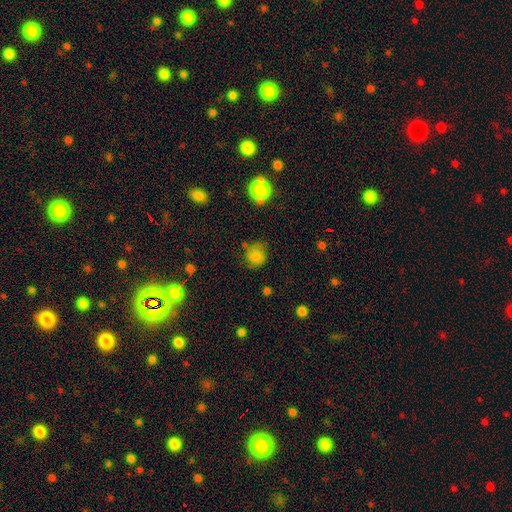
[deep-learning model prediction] Smooth or featured? smooth (77%)
How rounded? round (80%)
Merging? none (61%)